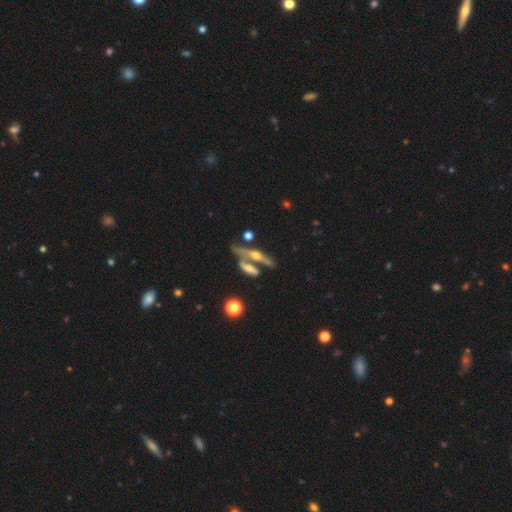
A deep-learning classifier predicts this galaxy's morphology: This is likely a featured or disk galaxy (65%). It is clearly viewed edge-on (83%). Edge-on bulge: clearly rounded (87%). Merging: marginally none (43%).